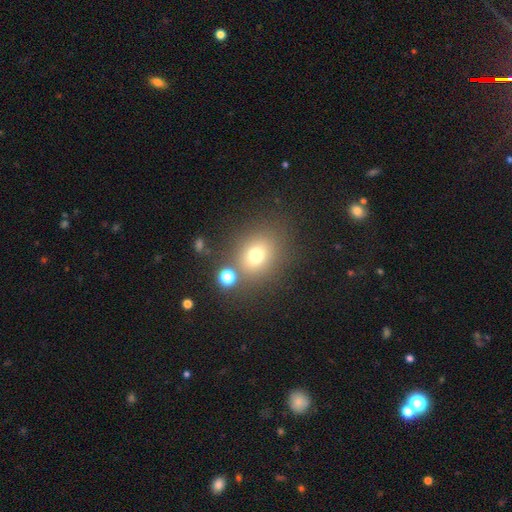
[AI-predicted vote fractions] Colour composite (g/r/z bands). It shows a smooth galaxy with no disk features (72%) that is round (66%). Merging: none (73%).